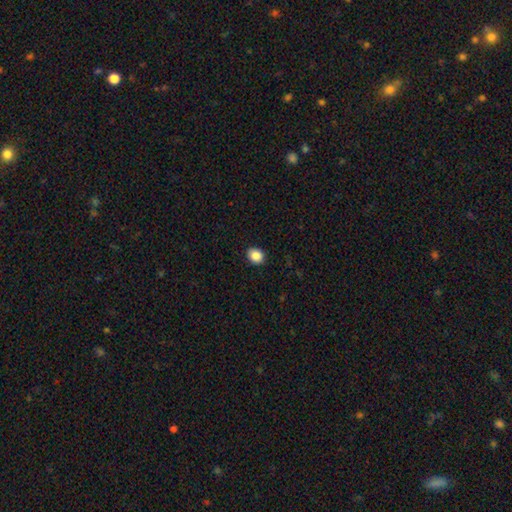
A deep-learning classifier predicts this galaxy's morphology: Smooth or featured? Predicted: smooth (p=0.87). How rounded? Predicted: round (p=0.53). Merging? Predicted: none (p=0.91).